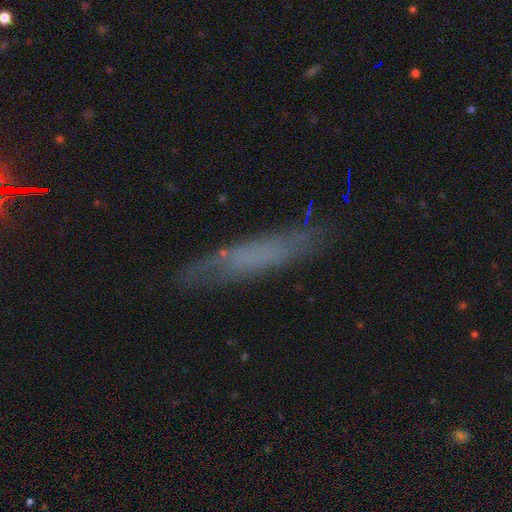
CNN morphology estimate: Smooth or featured: smooth — 47% (featured or disk — 40%)
Merging: none — 75% (minor disturbance — 18%)